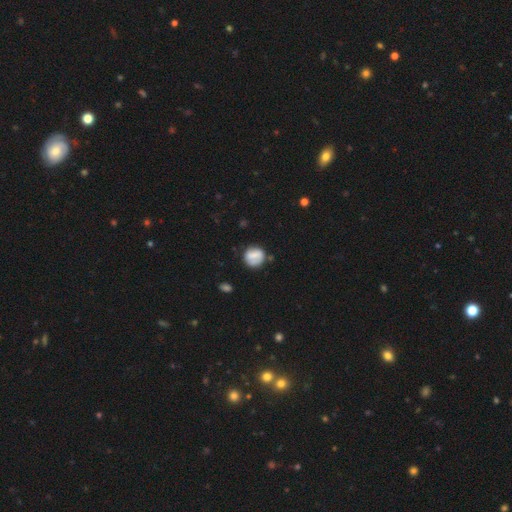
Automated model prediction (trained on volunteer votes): Smooth or featured?
  - smooth: 66% *
  - featured or disk: 25%
  - star or artifact: 8%
How rounded?
  - round: 82% *
  - in between: 17%
  - cigar-shaped: 1%
Merging?
  - none: 67% *
  - minor disturbance: 21%
  - major disturbance: 7%
  - merger: 5%